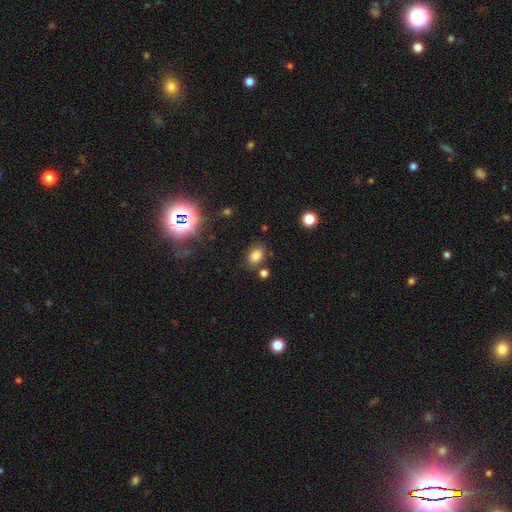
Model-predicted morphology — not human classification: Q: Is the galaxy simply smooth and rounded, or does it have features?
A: smooth — 78%.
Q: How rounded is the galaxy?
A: in between — 76%.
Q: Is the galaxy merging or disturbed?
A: none — 76%.